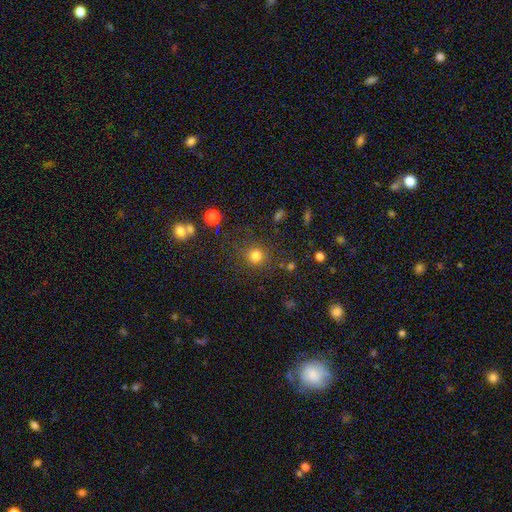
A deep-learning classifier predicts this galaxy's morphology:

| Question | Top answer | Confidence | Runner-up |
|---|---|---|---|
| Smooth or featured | smooth | 79% | star or artifact (16%) |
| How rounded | round | 92% | in between (7%) |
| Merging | none | 83% | minor disturbance (9%) |